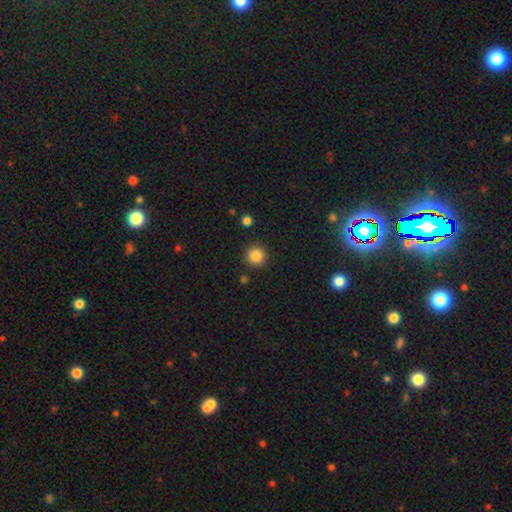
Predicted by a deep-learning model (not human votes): Smooth or featured: smooth — 85% (star or artifact — 11%)
How rounded: round — 95% (in between — 4%)
Merging: none — 90% (minor disturbance — 6%)